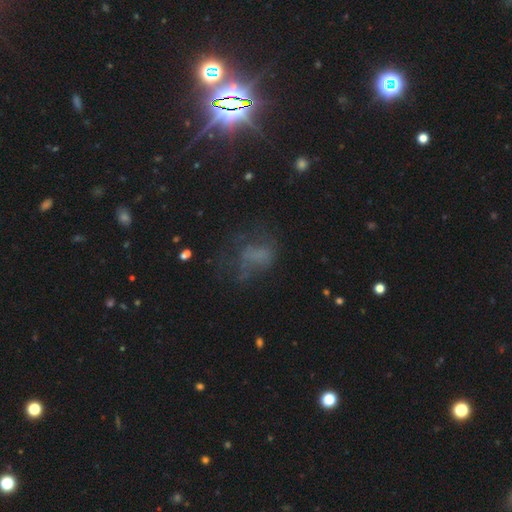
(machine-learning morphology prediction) smooth-or-featured: smooth: 40% | star or artifact: 31% | featured or disk: 29%
  merging: none: 40% | major disturbance: 35% | minor disturbance: 21% | merger: 4%